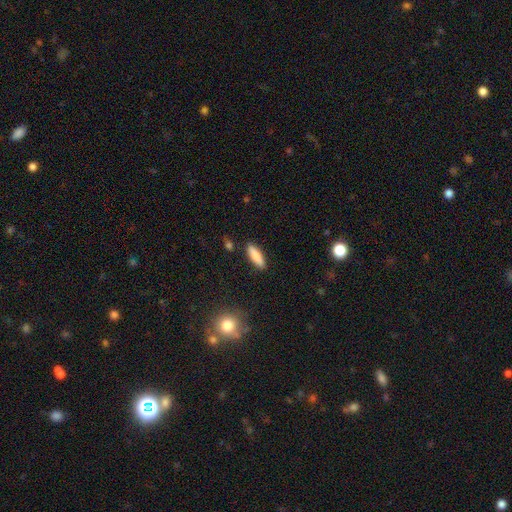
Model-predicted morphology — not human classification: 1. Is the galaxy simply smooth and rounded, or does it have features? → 83% smooth, 10% featured or disk, 7% star or artifact.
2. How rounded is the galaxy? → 60% cigar-shaped, 39% in between, 2% round.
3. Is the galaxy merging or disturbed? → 87% none, 9% minor disturbance, 2% major disturbance, 2% merger.